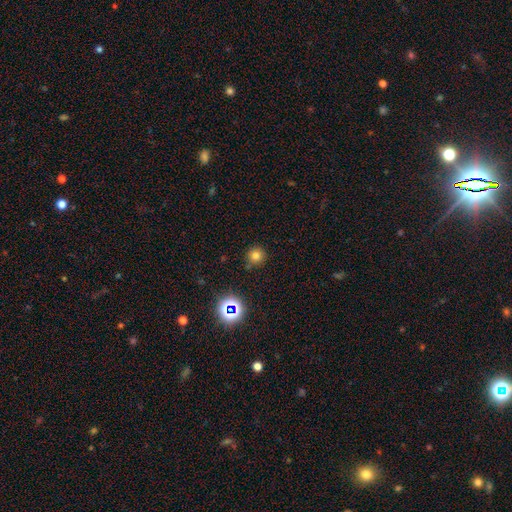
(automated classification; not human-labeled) Smooth or featured? smooth (73%)
How rounded? round (93%)
Merging? none (82%)